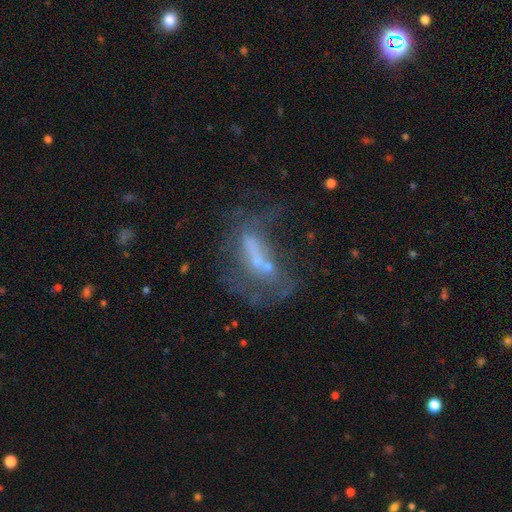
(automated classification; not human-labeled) Smooth or featured?
  - featured or disk: 53% *
  - smooth: 29%
  - star or artifact: 17%
Edge-on disk?
  - no: 88% *
  - yes: 12%
Merging?
  - none: 29% * (tied)
  - major disturbance: 29% * (tied)
  - merger: 28%
  - minor disturbance: 14%